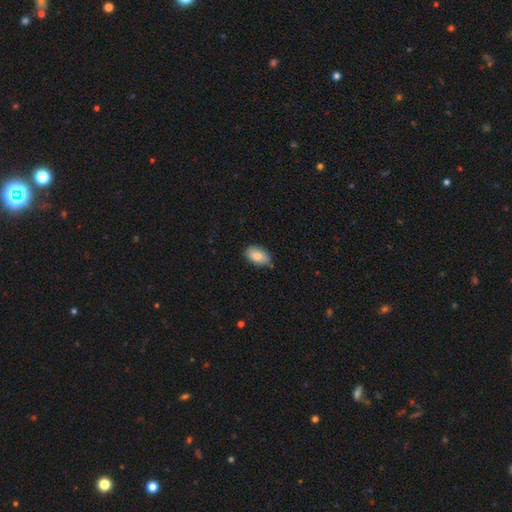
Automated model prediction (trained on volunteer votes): Q: Smooth or featured?
A: smooth (82%); runner-up: featured or disk (11%)
Q: How rounded?
A: in between (92%); runner-up: round (7%)
Q: Merging?
A: none (74%); runner-up: minor disturbance (22%)